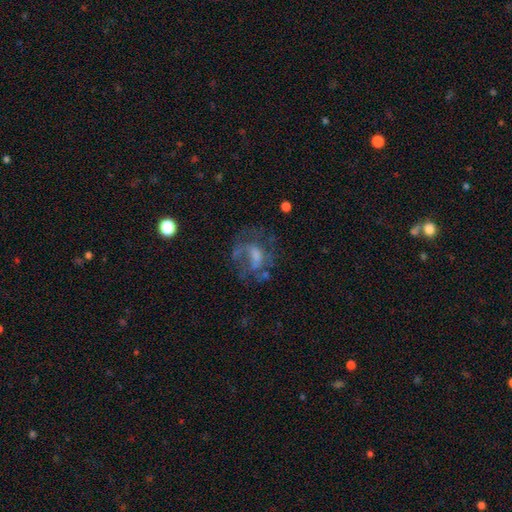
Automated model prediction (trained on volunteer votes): smooth_or_featured: featured or disk (p=0.60) [alt: smooth p=0.25]
disk_edge_on: no (p=0.96) [alt: yes p=0.04]
bar: no (p=0.53) [alt: weak p=0.37]
has_spiral_arms: yes (p=0.52) [alt: no p=0.48]
bulge_size: moderate (p=0.38) [alt: small p=0.28]
merging: none (p=0.49) [alt: major disturbance p=0.28]